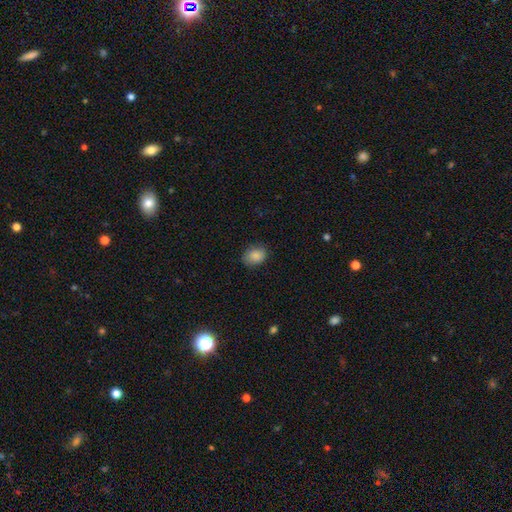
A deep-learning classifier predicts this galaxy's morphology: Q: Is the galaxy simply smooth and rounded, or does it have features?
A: smooth — 86%.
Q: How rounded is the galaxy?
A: in between — 59%.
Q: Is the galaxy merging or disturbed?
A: none — 78%.